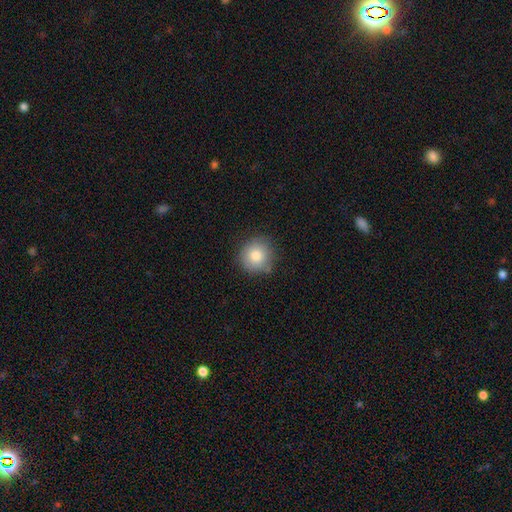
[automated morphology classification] Smooth or featured?
  - smooth: 81% *
  - featured or disk: 10%
  - star or artifact: 10%
How rounded?
  - round: 90% *
  - in between: 9%
  - cigar-shaped: 1%
Merging?
  - none: 80% *
  - minor disturbance: 15%
  - major disturbance: 3%
  - merger: 2%